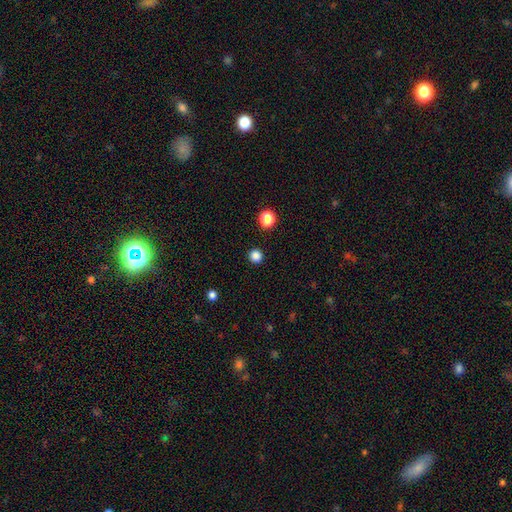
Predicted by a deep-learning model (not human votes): Smooth or featured? smooth (84%)
How rounded? round (94%)
Merging? none (92%)